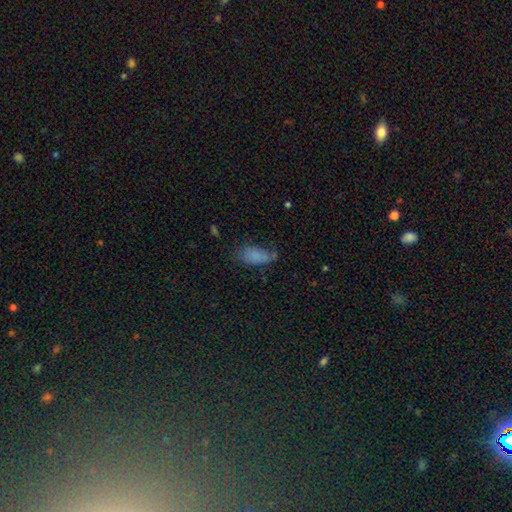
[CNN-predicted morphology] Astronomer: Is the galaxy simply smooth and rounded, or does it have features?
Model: smooth — 78%.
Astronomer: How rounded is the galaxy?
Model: in between — 87%.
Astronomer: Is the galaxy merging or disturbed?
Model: none — 47% (runner-up: minor disturbance, 31%).